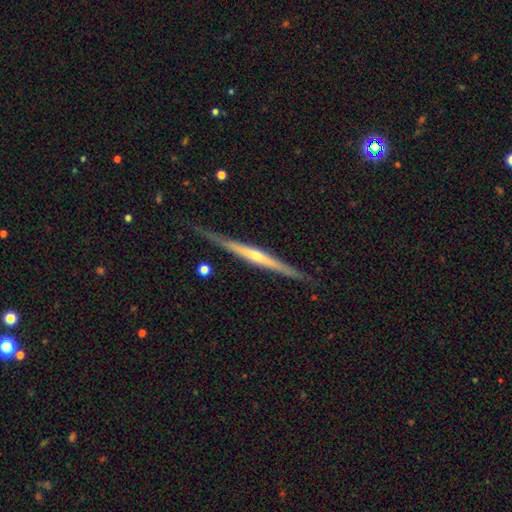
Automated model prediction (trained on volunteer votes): Smooth or featured: featured or disk — 82% (smooth — 13%)
Edge-on disk: yes — 98% (no — 2%)
Edge-on bulge: rounded — 68% (none — 24%)
Merging: none — 86% (minor disturbance — 11%)